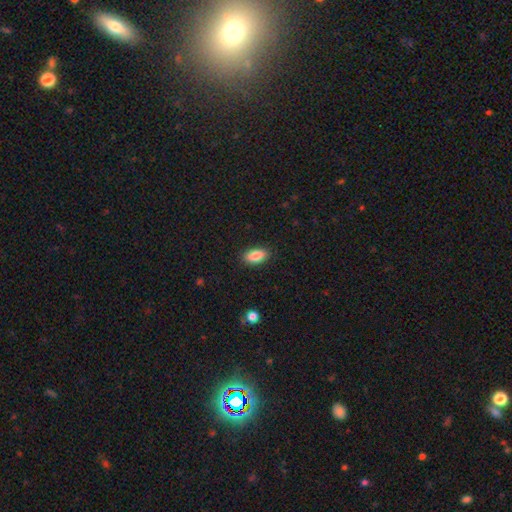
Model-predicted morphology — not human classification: The model was most divided on "merging": none: 87%, minor disturbance: 9%, major disturbance: 2%, merger: 1%. More confident: how rounded — in between (91%); smooth or featured — smooth (86%).